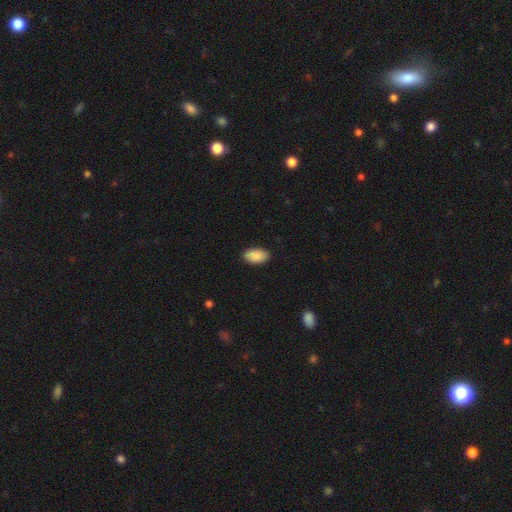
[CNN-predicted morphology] Q: Smooth or featured?
A: smooth (90%); runner-up: star or artifact (6%)
Q: How rounded?
A: in between (95%); runner-up: round (3%)
Q: Merging?
A: none (89%); runner-up: minor disturbance (8%)